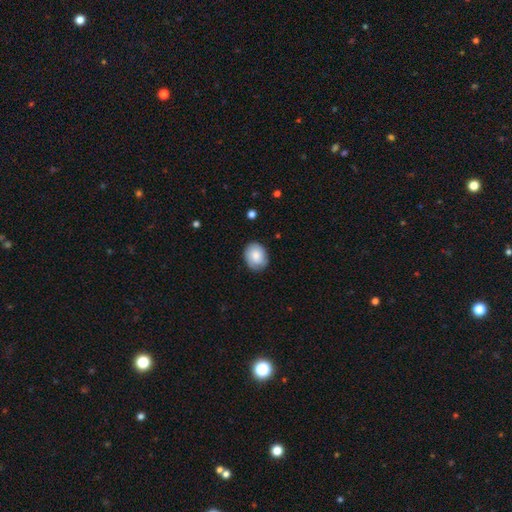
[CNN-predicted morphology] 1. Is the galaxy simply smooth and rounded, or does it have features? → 80% smooth, 13% featured or disk, 7% star or artifact.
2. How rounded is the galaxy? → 50% in between, 49% round, 1% cigar-shaped.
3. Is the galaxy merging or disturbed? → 80% none, 16% minor disturbance, 3% major disturbance, 1% merger.